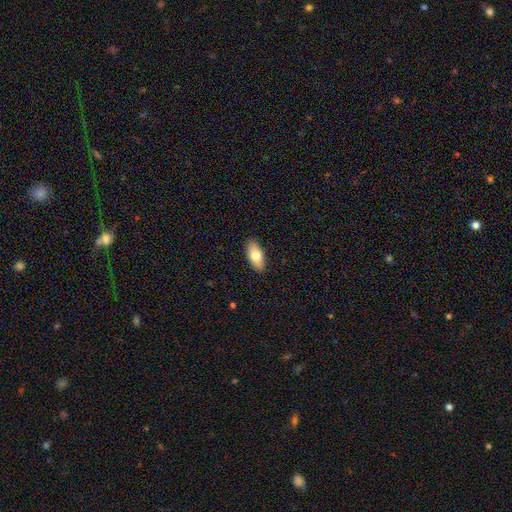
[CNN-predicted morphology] smooth_or_featured: smooth (p=0.75) [alt: featured or disk p=0.18]
how_rounded: in between (p=0.90) [alt: cigar-shaped p=0.07]
merging: none (p=0.89) [alt: minor disturbance p=0.09]